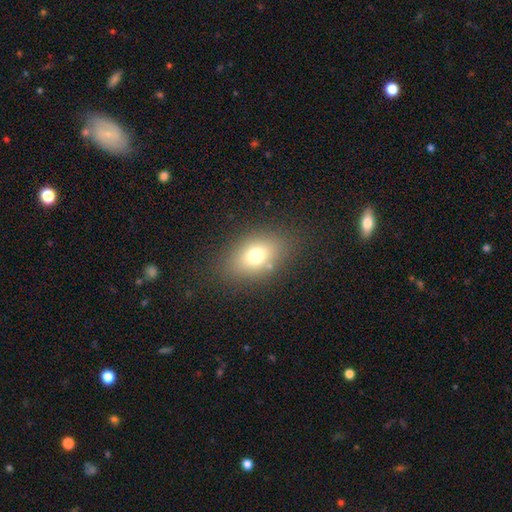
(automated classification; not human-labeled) smooth-or-featured: smooth: 73% | featured or disk: 14% | star or artifact: 14%
  how-rounded: in between: 76% | round: 22% | cigar-shaped: 2%
  merging: none: 82% | minor disturbance: 11% | major disturbance: 5% | merger: 2%